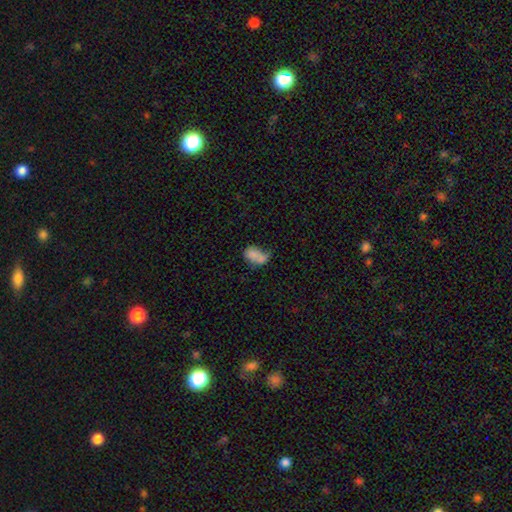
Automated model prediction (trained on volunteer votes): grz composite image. It shows a smooth galaxy with no disk features (74%) that is in between round and cigar-shaped (80%). Merging: merger (38%).